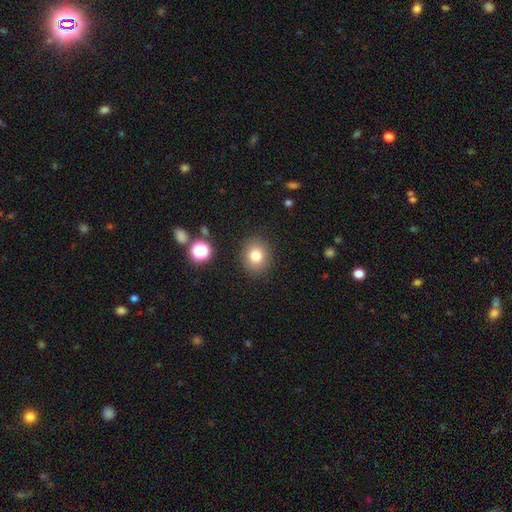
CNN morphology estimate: smooth-or-featured: smooth: 79% | star or artifact: 12% | featured or disk: 9%
  how-rounded: round: 71% | in between: 28% | cigar-shaped: 1%
  merging: none: 88% | minor disturbance: 8% | major disturbance: 3% | merger: 2%